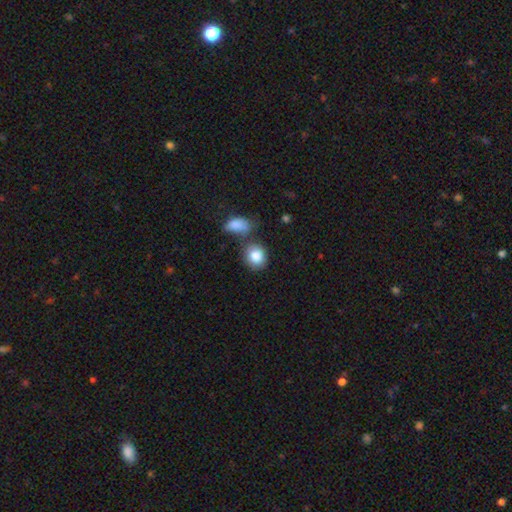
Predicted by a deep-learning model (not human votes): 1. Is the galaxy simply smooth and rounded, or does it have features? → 85% smooth, 8% star or artifact, 8% featured or disk.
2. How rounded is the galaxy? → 65% round, 34% in between, 1% cigar-shaped.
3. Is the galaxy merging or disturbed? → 62% none, 18% merger, 14% minor disturbance, 5% major disturbance.